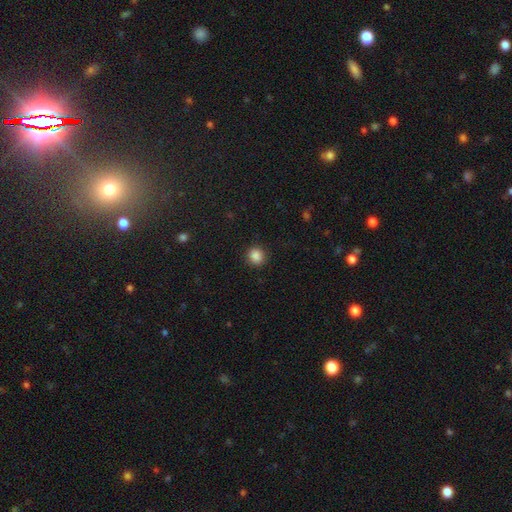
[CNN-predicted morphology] smooth-or-featured: smooth: 87% | star or artifact: 10% | featured or disk: 3%
  how-rounded: round: 89% | in between: 10% | cigar-shaped: 1%
  merging: none: 91% | minor disturbance: 6% | major disturbance: 2% | merger: 1%